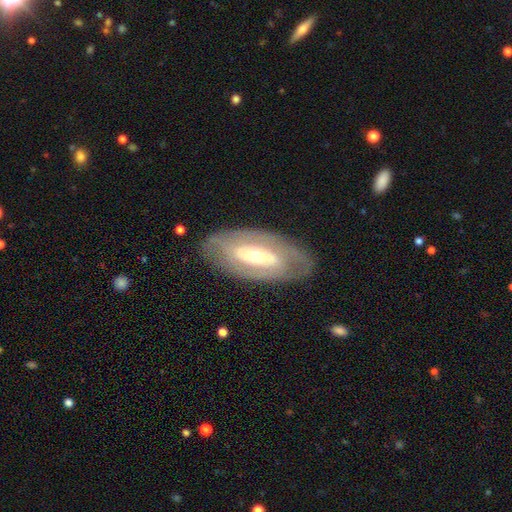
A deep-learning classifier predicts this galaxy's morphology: This is likely a featured or disk galaxy (73%). It is clearly not viewed edge-on (89%). Bar: marginally no (37%). Spiral arm pattern: possibly yes (54%). Central bulge: possibly moderate (58%). Merging: clearly none (81%).